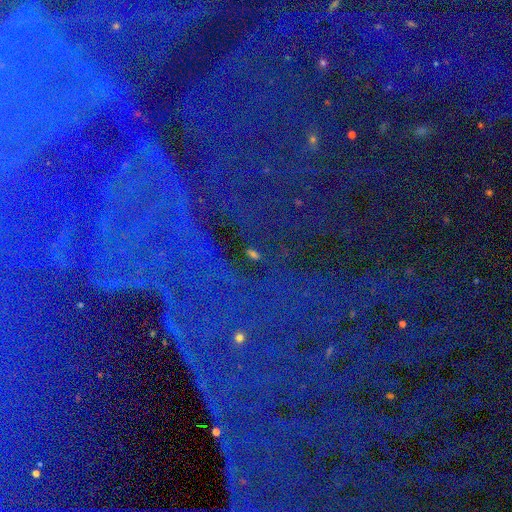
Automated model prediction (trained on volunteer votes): smooth-or-featured: star or artifact: 87% | featured or disk: 6% | smooth: 6%